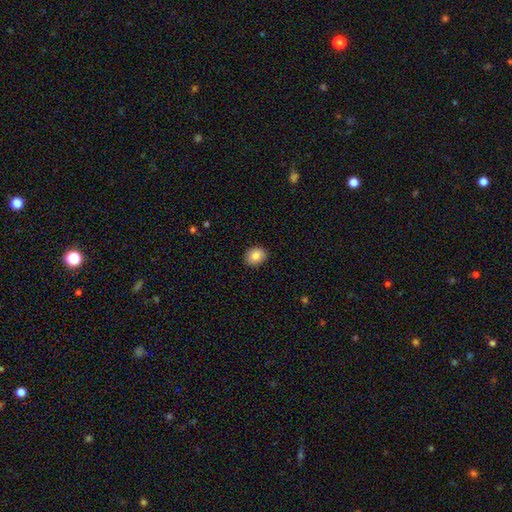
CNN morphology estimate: This appears to be a smooth galaxy with no disk features (85%) that is round (55%). Merging: none (91%).